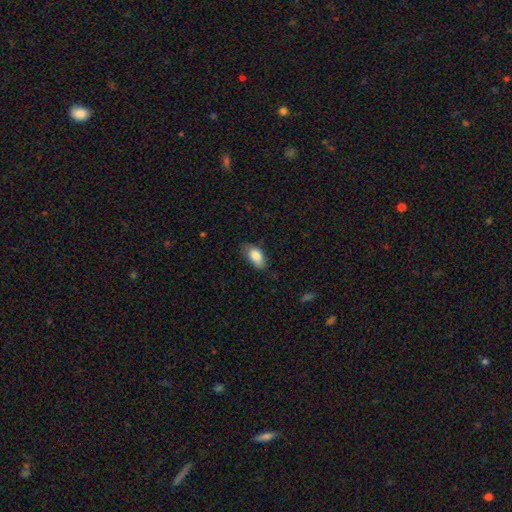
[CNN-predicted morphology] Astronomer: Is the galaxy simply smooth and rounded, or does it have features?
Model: smooth — 84%.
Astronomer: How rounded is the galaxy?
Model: in between — 92%.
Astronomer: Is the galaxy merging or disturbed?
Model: none — 71%.